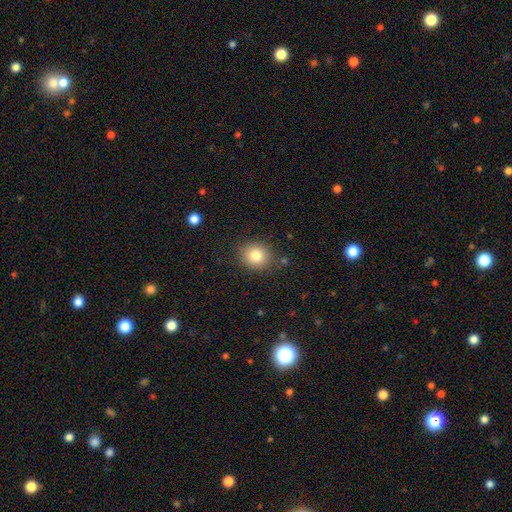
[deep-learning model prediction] This appears to be a smooth galaxy with no disk features (82%) that is round (75%). Merging: none (84%).